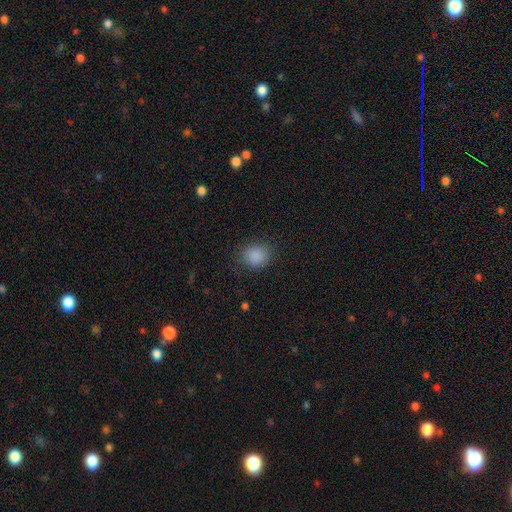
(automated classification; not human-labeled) Smooth or featured? Predicted: smooth (p=0.86). How rounded? Predicted: round (p=0.67). Merging? Predicted: none (p=0.82).